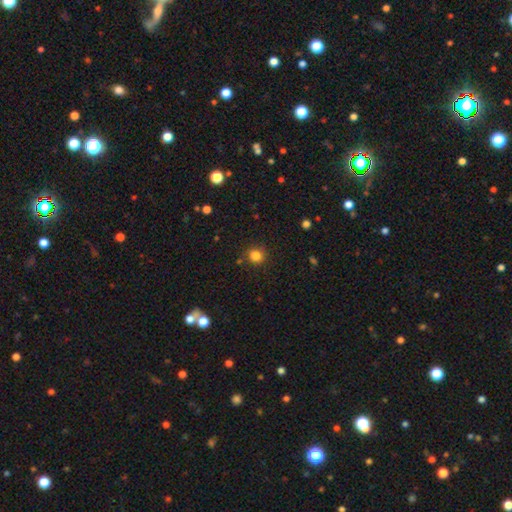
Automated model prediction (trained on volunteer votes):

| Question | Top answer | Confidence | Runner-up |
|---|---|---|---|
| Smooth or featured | smooth | 82% | star or artifact (13%) |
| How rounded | round | 90% | in between (9%) |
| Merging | none | 85% | minor disturbance (9%) |